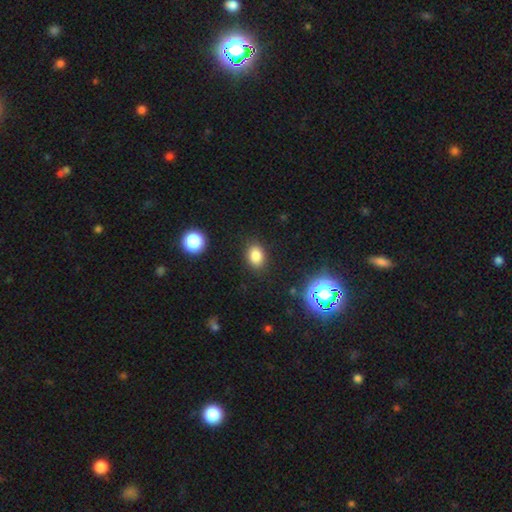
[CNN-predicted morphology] type=smooth (82%); roundness=in between (70%); merging=none (87%).